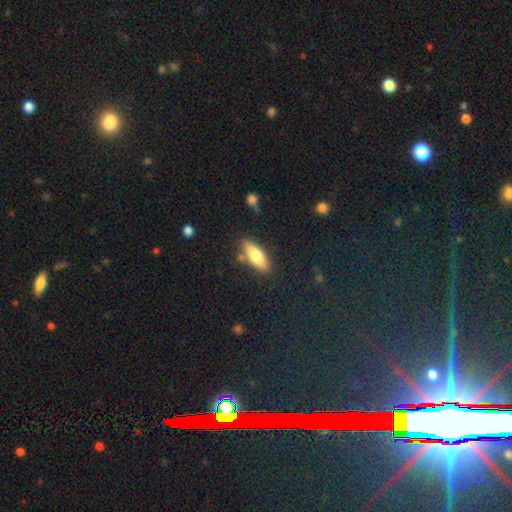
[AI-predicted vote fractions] Smooth or featured? smooth (70%)
How rounded? in between (64%)
Merging? none (80%)